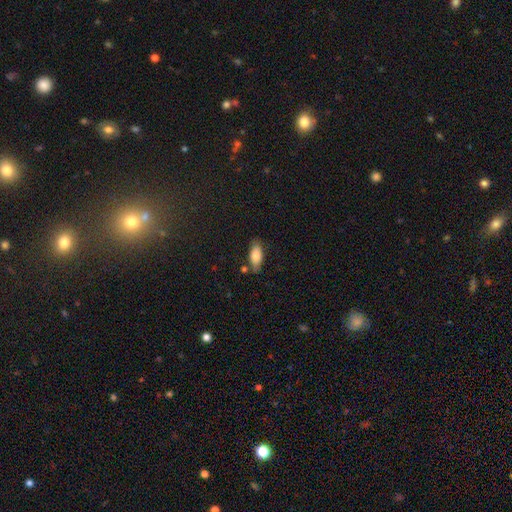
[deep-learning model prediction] Smooth or featured? smooth (80%)
How rounded? in between (83%)
Merging? none (72%)